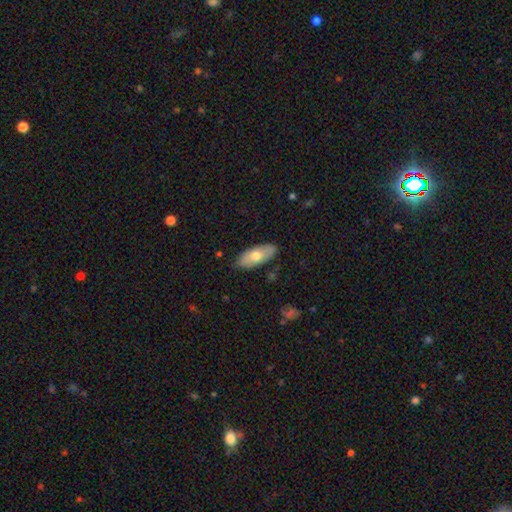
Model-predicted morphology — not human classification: The model was most divided on "smooth or featured": smooth: 66%, featured or disk: 28%, star or artifact: 6%. More confident: how rounded — in between (87%); merging — none (84%).